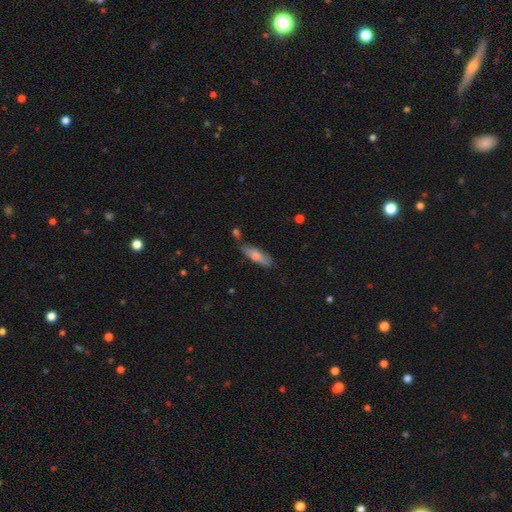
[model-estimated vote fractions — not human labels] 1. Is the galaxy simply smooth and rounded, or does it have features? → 66% smooth, 27% featured or disk, 7% star or artifact.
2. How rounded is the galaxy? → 53% cigar-shaped, 45% in between, 2% round.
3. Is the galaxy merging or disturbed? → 67% none, 20% minor disturbance, 8% merger, 4% major disturbance.